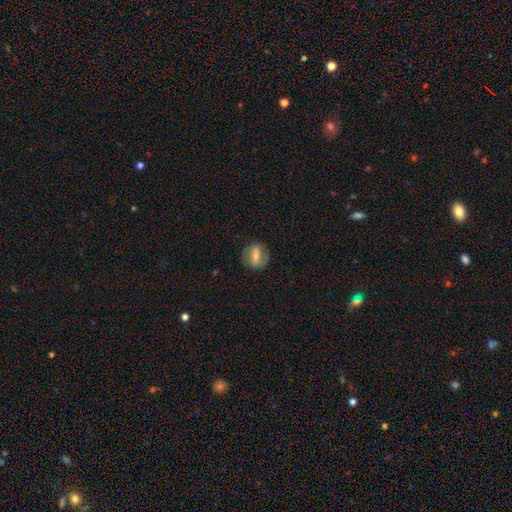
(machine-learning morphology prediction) Smooth or featured? featured or disk (50%)
Merging? none (79%)